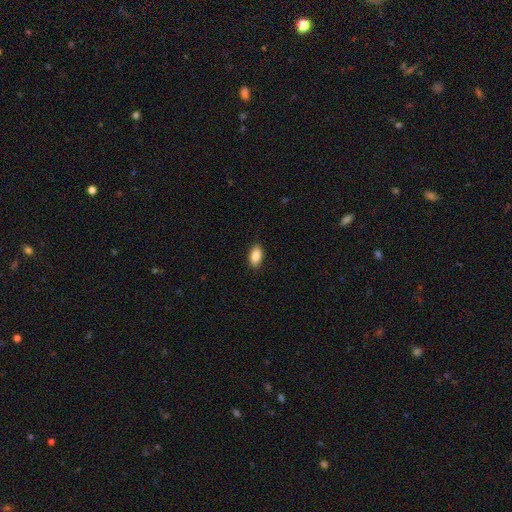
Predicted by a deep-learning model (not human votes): This is clearly a smooth galaxy (87%). How rounded: clearly in between (91%). Merging: clearly none (88%).